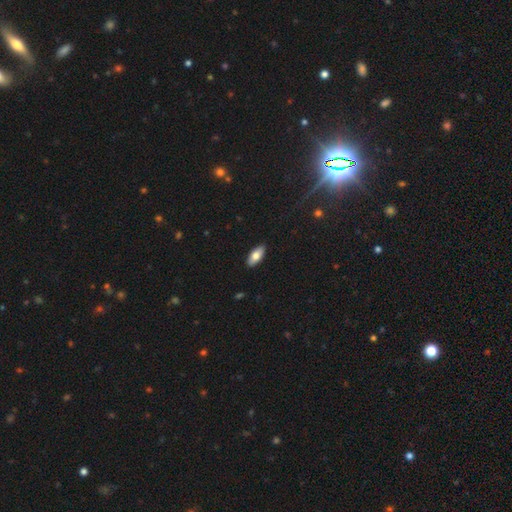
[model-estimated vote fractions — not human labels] This is likely a smooth galaxy (77%). How rounded: clearly in between (85%). Merging: clearly none (90%).